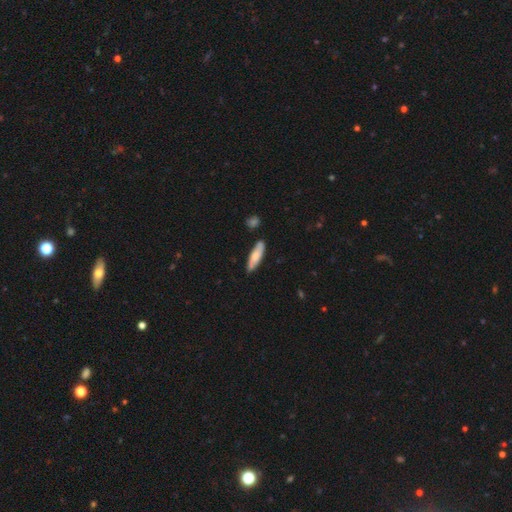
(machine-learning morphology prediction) A smooth galaxy with no disk features (67%) that is cigar-shaped (65%).

Vote fractions:
- Smooth or featured? smooth: 67% / featured or disk: 27% / star or artifact: 6%
- How rounded? cigar-shaped: 65% / in between: 33% / round: 2%
- Merging? none: 78% / minor disturbance: 15% / merger: 4% / major disturbance: 3%